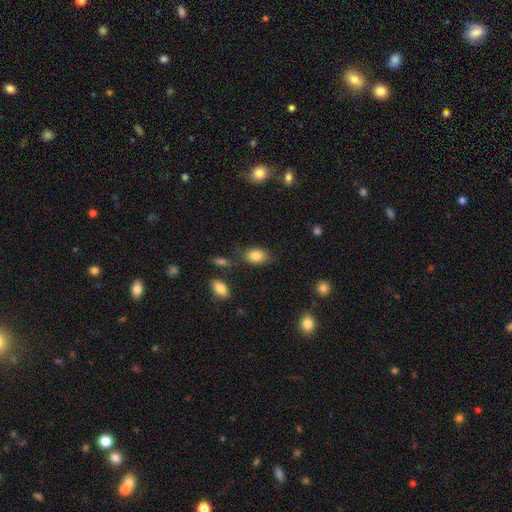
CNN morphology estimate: smooth 83%, featured or disk 9%, star or artifact 8%. Down the decision tree: how rounded — in between (87%); merging — none (76%).